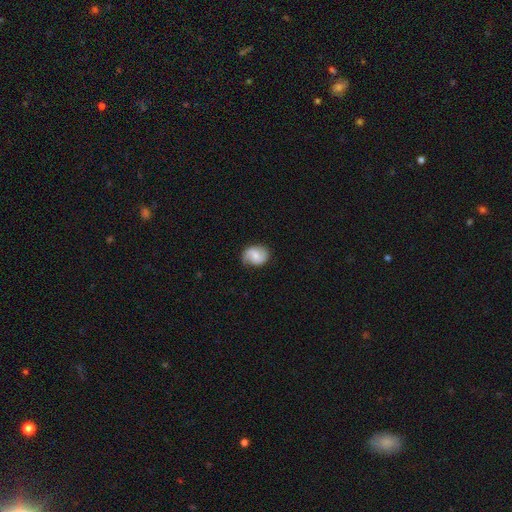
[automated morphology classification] Overall: featured or disk (60%; smooth 34%). Edge-on disk: no (98%). Bar: no (46%; weak 44%). Spiral arms: yes (91%). Spiral arm count: 2 (85%). Spiral winding: medium (43%; loose 35%). Bulge size: small (46%; moderate 45%). Merging: none (77%).